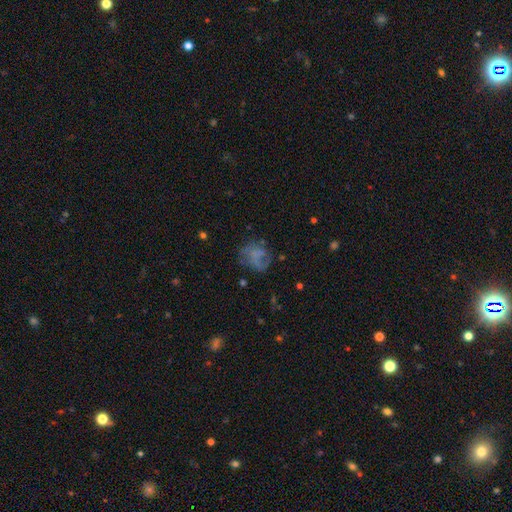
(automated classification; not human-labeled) smooth_or_featured: featured or disk (p=0.45) [alt: smooth p=0.41]
merging: none (p=0.51) [alt: major disturbance p=0.25]